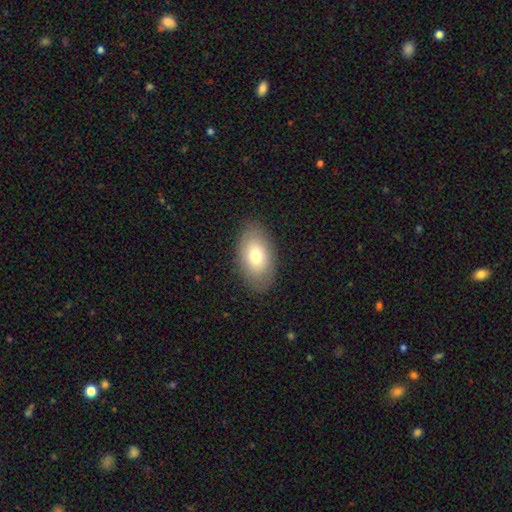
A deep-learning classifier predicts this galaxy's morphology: A smooth galaxy with no disk features (74%) that is in between round and cigar-shaped (93%).

Vote fractions:
- Smooth or featured? smooth: 74% / featured or disk: 19% / star or artifact: 7%
- How rounded? in between: 93% / round: 6% / cigar-shaped: 2%
- Merging? none: 86% / minor disturbance: 10% / major disturbance: 3% / merger: 1%